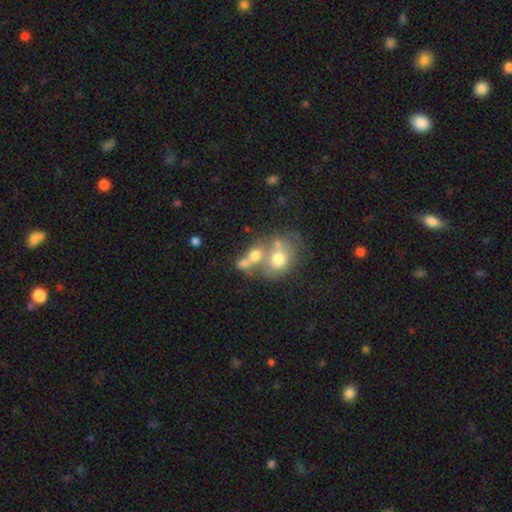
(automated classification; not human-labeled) Q: Smooth or featured?
A: smooth (57%); runner-up: featured or disk (30%)
Q: How rounded?
A: round (51%); runner-up: in between (47%)
Q: Merging?
A: merger (58%); runner-up: none (24%)